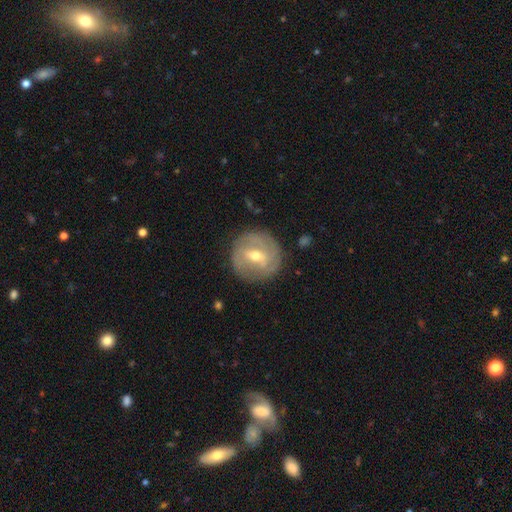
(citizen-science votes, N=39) Q: Smooth or featured?
A: featured or disk (72%); runner-up: smooth (28%)
Q: Edge-on disk?
A: no (93%); runner-up: yes (7%)
Q: Bar?
A: weak (65%); runner-up: strong (19%)
Q: Spiral arms?
A: yes (69%); runner-up: no (31%)
Q: Spiral winding?
A: medium (56%); runner-up: tight (44%)
Q: Spiral arm count?
A: can't tell (67%); runner-up: 4 (17%)
Q: Bulge size?
A: moderate (58%); runner-up: small (42%)
Q: Merging?
A: none (82%); runner-up: minor disturbance (10%)